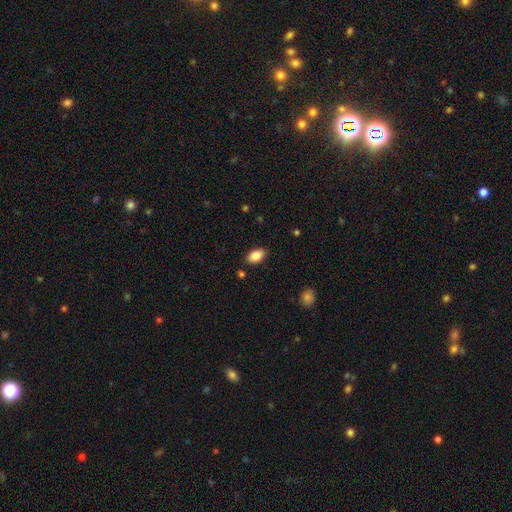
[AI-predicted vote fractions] smooth 84%, featured or disk 9%, star or artifact 8%. Down the decision tree: how rounded — in between (90%); merging — none (85%).